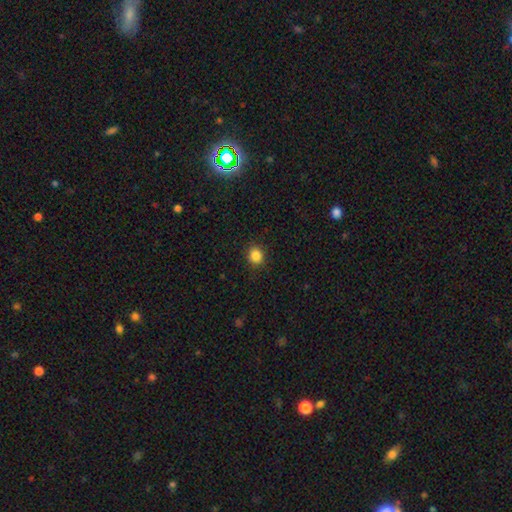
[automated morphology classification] smooth_or_featured: smooth (p=0.85) [alt: star or artifact p=0.11]
how_rounded: round (p=0.83) [alt: in between p=0.16]
merging: none (p=0.89) [alt: minor disturbance p=0.08]